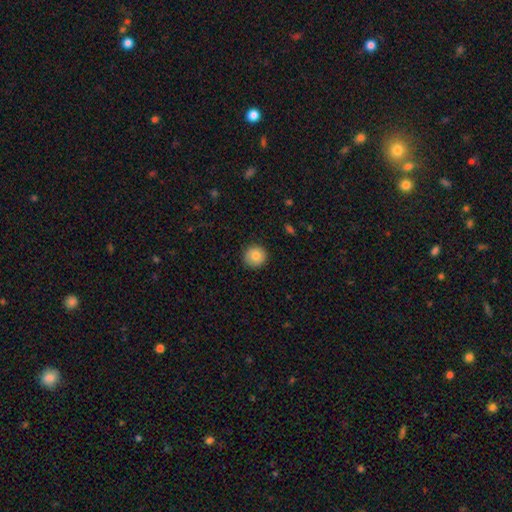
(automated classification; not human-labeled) Smooth or featured? Predicted: smooth (p=0.81). How rounded? Predicted: round (p=0.94). Merging? Predicted: none (p=0.90).